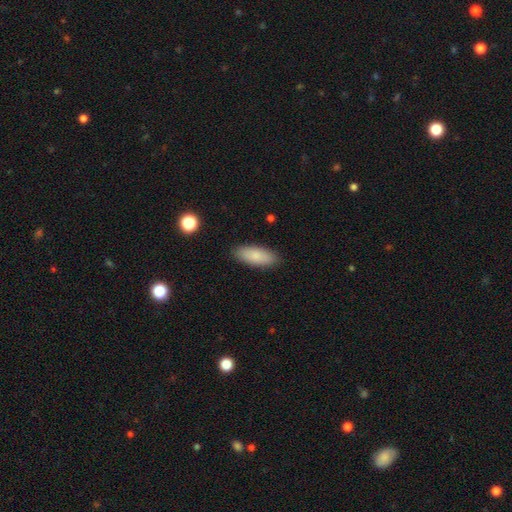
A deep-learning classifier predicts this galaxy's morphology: A smooth galaxy with no disk features (84%) that is in between round and cigar-shaped (79%).

Vote fractions:
- Smooth or featured? smooth: 84% / featured or disk: 10% / star or artifact: 6%
- How rounded? in between: 79% / cigar-shaped: 19% / round: 2%
- Merging? none: 88% / minor disturbance: 9% / major disturbance: 2% / merger: 1%